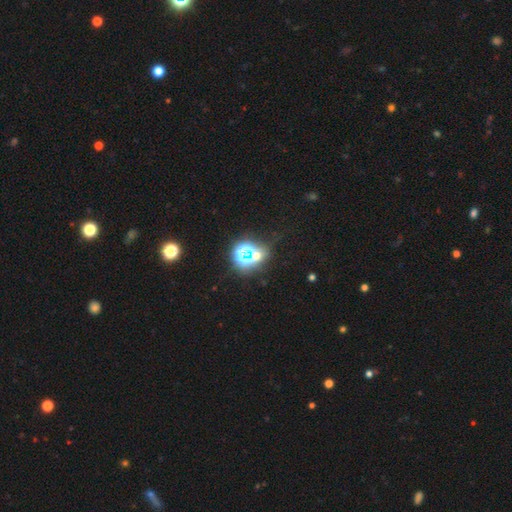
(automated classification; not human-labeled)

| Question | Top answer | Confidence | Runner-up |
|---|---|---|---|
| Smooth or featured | star or artifact | 57% | smooth (31%) |